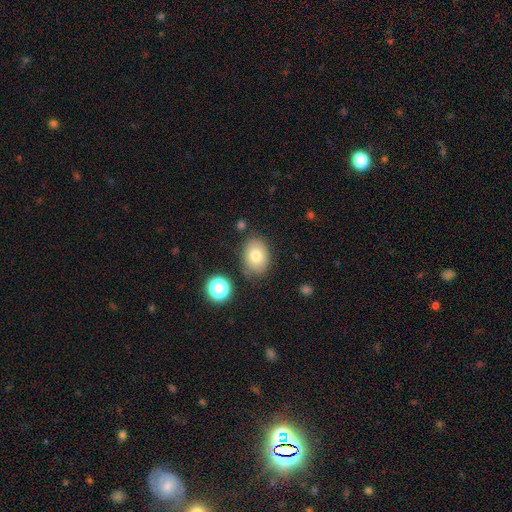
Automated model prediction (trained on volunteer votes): Smooth or featured: smooth — 78% (featured or disk — 13%)
How rounded: in between — 72% (round — 27%)
Merging: none — 78% (minor disturbance — 14%)